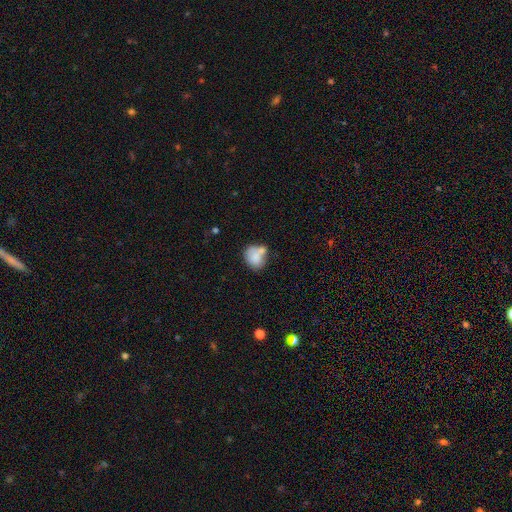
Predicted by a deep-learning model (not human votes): Morphology: type=smooth (77%); roundness=round (55%); merging=none (37%, tied with merger).